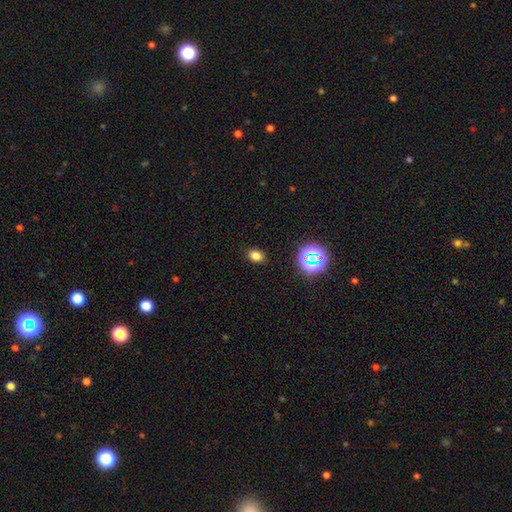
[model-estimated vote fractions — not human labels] Morphology: type=smooth (76%); roundness=in between (64%); merging=none (88%).